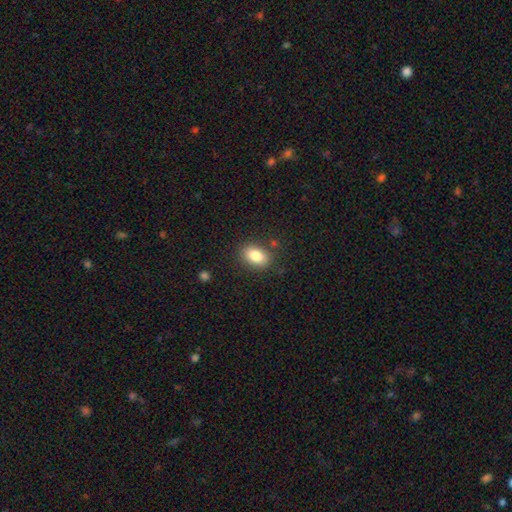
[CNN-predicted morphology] Smooth or featured? Predicted: smooth (p=0.83). How rounded? Predicted: in between (p=0.81). Merging? Predicted: none (p=0.84).